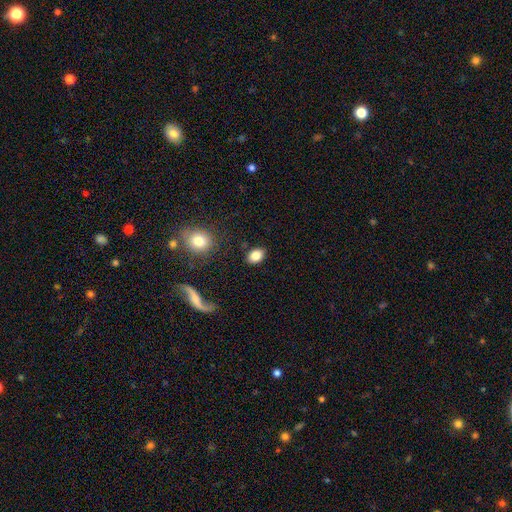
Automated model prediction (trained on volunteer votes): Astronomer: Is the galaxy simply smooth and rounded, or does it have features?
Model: smooth — 82%.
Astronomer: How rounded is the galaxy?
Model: in between — 76%.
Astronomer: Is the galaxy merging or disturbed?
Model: none — 85%.